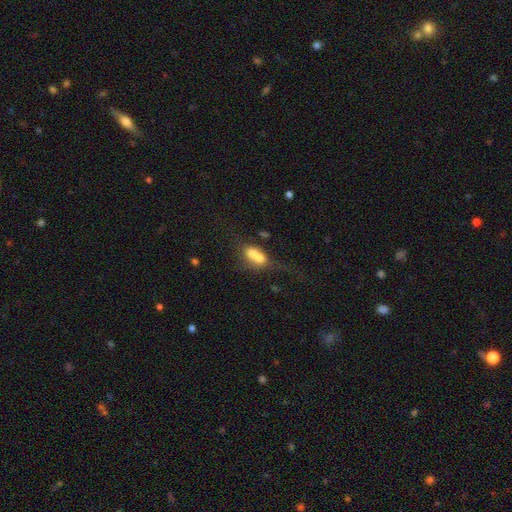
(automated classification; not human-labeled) smooth-or-featured: smooth: 63% | featured or disk: 27% | star or artifact: 10%
  how-rounded: in between: 66% | round: 26% | cigar-shaped: 8%
  merging: merger: 66% | none: 17% | major disturbance: 9% | minor disturbance: 8%